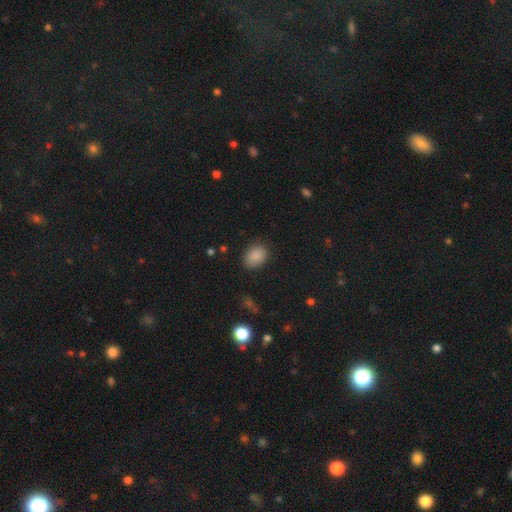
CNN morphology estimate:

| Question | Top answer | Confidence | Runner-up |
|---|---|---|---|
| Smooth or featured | smooth | 87% | star or artifact (9%) |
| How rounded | in between | 71% | round (28%) |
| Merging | none | 82% | minor disturbance (14%) |